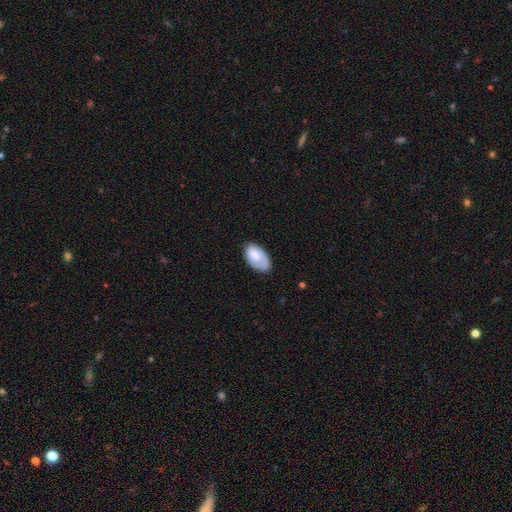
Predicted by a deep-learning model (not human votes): smooth 71%, featured or disk 23%, star or artifact 6%. Down the decision tree: how rounded — in between (94%); merging — none (67%).